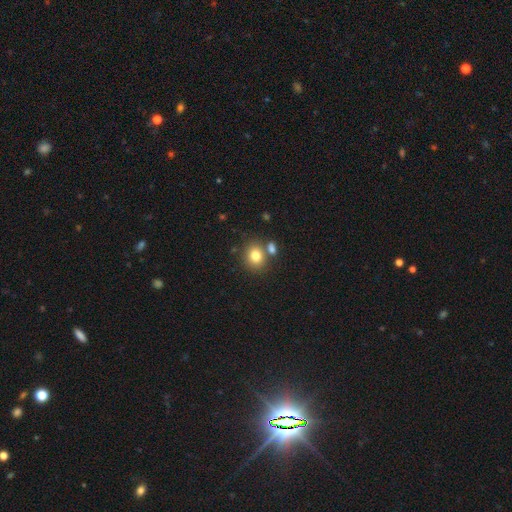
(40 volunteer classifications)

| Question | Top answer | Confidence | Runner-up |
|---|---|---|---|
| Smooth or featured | smooth | 88% | star or artifact (10%) |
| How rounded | round | 66% | in between (34%) |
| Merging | none | 81% | minor disturbance (11%) |